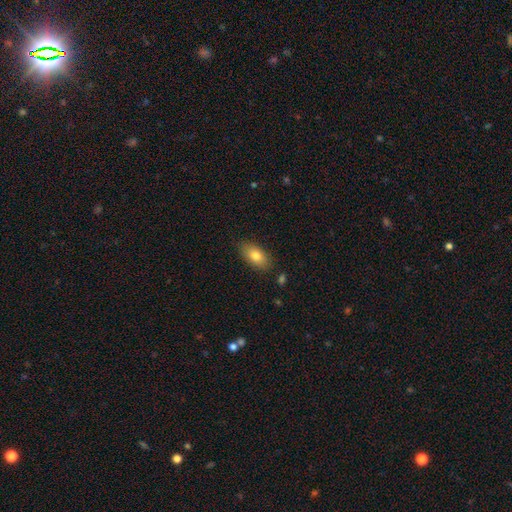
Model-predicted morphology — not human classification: Overall: smooth (79%). How rounded: in between (90%). Merging: none (83%).